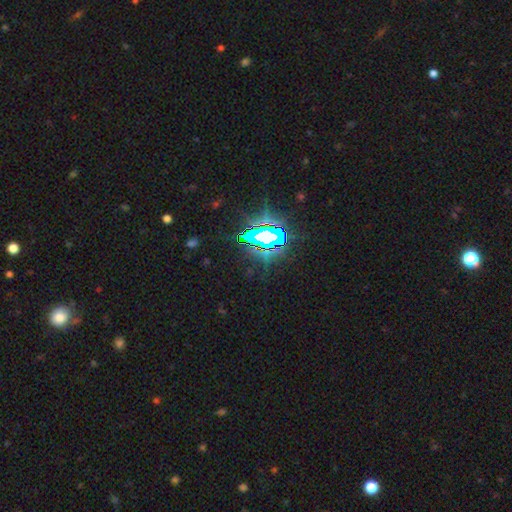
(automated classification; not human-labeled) This appears to be a star or artifact, not a galaxy (84%).